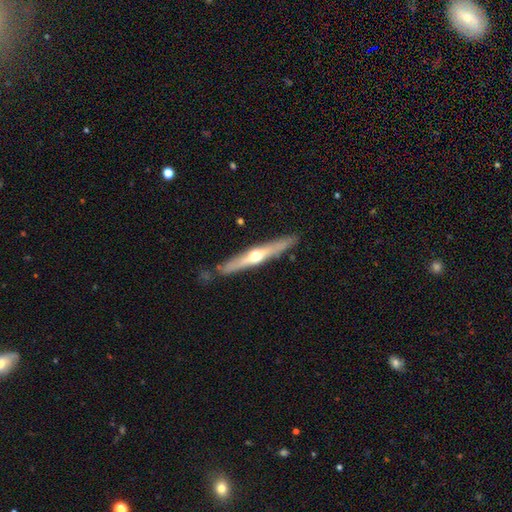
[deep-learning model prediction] Smooth or featured? Predicted: featured or disk (p=0.68). Edge-on disk? Predicted: yes (p=0.95). Edge-on bulge? Predicted: rounded (p=0.91). Merging? Predicted: none (p=0.86).